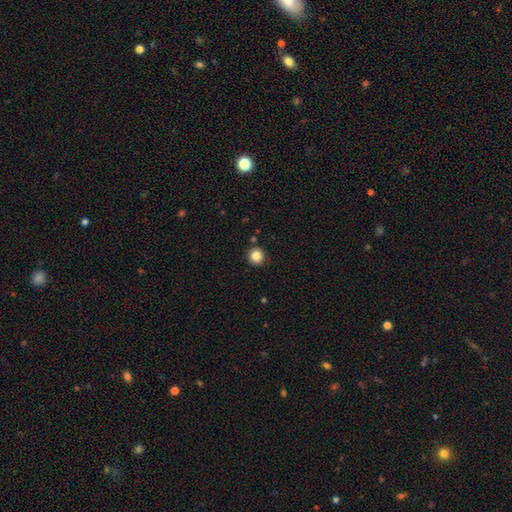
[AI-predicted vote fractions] A smooth galaxy with no disk features (84%) that is round (92%).

Vote fractions:
- Smooth or featured? smooth: 84% / star or artifact: 11% / featured or disk: 6%
- How rounded? round: 92% / in between: 7% / cigar-shaped: 1%
- Merging? none: 89% / minor disturbance: 7% / merger: 2% / major disturbance: 2%